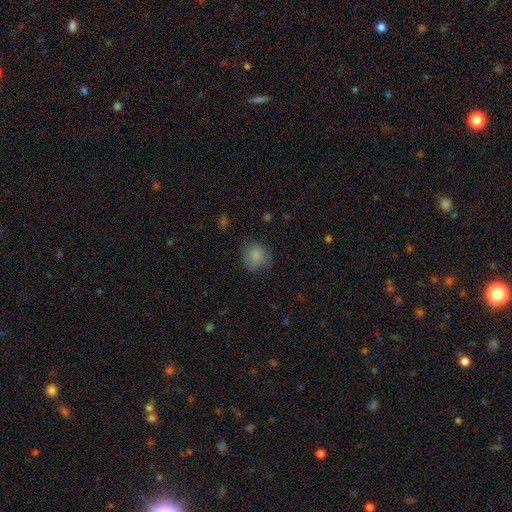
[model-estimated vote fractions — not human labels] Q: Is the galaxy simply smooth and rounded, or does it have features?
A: smooth — 83%.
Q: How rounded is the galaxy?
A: round — 85%.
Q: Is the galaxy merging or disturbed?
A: none — 76%.